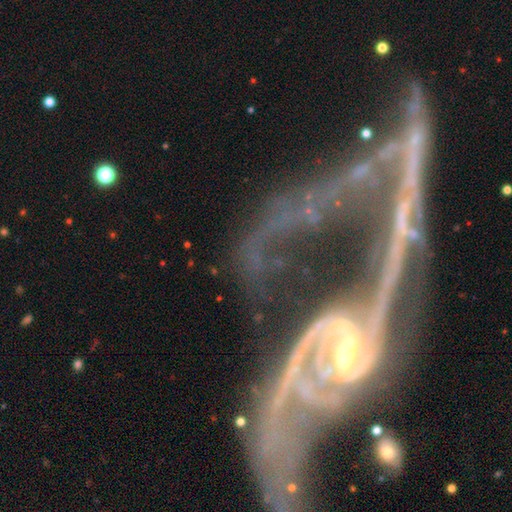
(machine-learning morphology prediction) Q: Smooth or featured?
A: featured or disk (71%); runner-up: star or artifact (17%)
Q: Edge-on disk?
A: no (87%); runner-up: yes (13%)
Q: Bar?
A: strong (44%); runner-up: weak (30%)
Q: Spiral arms?
A: yes (85%); runner-up: no (15%)
Q: Spiral winding?
A: medium (38%); runner-up: loose (35%)
Q: Spiral arm count?
A: 2 (64%); runner-up: can't tell (12%)
Q: Bulge size?
A: small (48%); runner-up: moderate (36%)
Q: Merging?
A: none (42%); runner-up: major disturbance (28%)